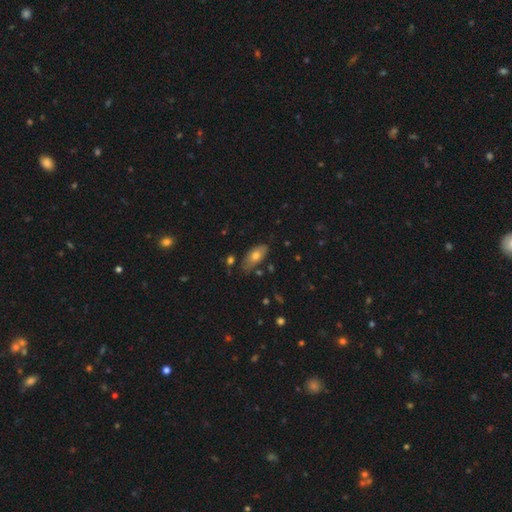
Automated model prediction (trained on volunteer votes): Q: Smooth or featured?
A: smooth (70%); runner-up: featured or disk (23%)
Q: How rounded?
A: in between (88%); runner-up: cigar-shaped (9%)
Q: Merging?
A: none (71%); runner-up: minor disturbance (21%)